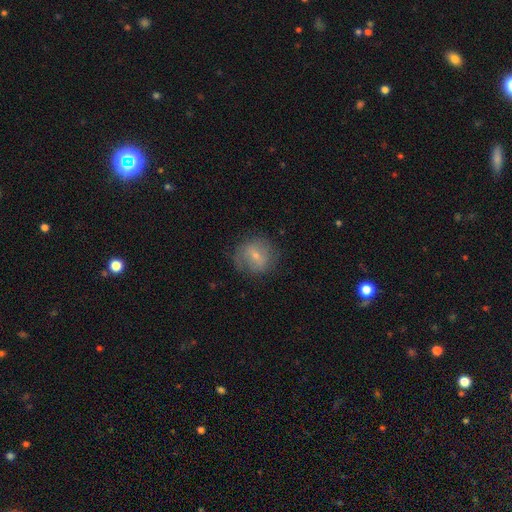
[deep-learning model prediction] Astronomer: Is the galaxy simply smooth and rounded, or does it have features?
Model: smooth — 53% (runner-up: featured or disk, 37%).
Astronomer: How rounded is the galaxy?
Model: round — 79%.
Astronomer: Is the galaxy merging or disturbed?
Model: none — 72%.